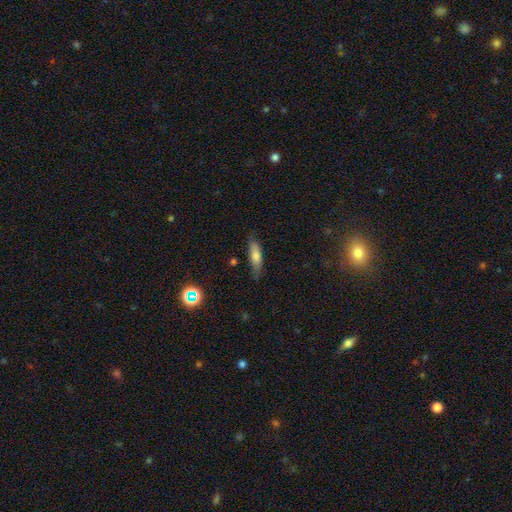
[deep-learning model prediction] Smooth or featured? smooth (71%)
How rounded? cigar-shaped (58%)
Merging? none (74%)